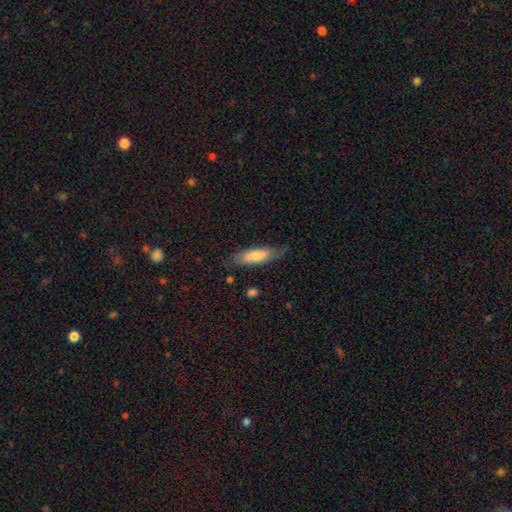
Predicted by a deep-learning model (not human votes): Smooth or featured?
  - smooth: 71% *
  - featured or disk: 23%
  - star or artifact: 6%
How rounded?
  - in between: 53% *
  - cigar-shaped: 46%
  - round: 2%
Merging?
  - none: 68% *
  - minor disturbance: 24%
  - major disturbance: 7%
  - merger: 2%